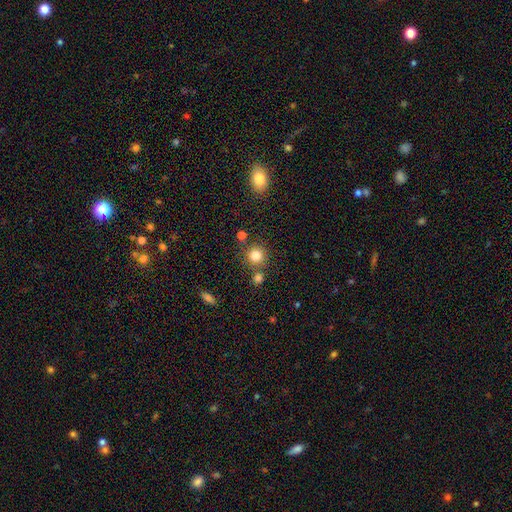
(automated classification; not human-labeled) smooth-or-featured: smooth: 81% | star or artifact: 13% | featured or disk: 6%
  how-rounded: round: 91% | in between: 8% | cigar-shaped: 1%
  merging: none: 72% | merger: 15% | minor disturbance: 9% | major disturbance: 4%